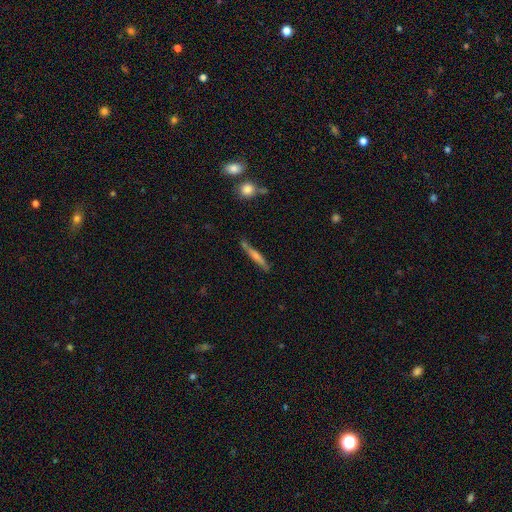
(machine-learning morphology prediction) A featured or disk galaxy (49%). Merging: none (81%).